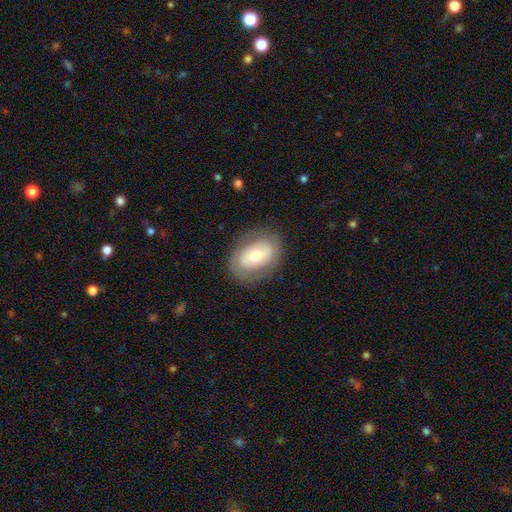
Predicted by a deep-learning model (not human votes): Smooth or featured?
  - smooth: 54% *
  - featured or disk: 39%
  - star or artifact: 7%
How rounded?
  - in between: 80% *
  - round: 18%
  - cigar-shaped: 1%
Merging?
  - none: 80% *
  - minor disturbance: 13%
  - major disturbance: 6%
  - merger: 1%